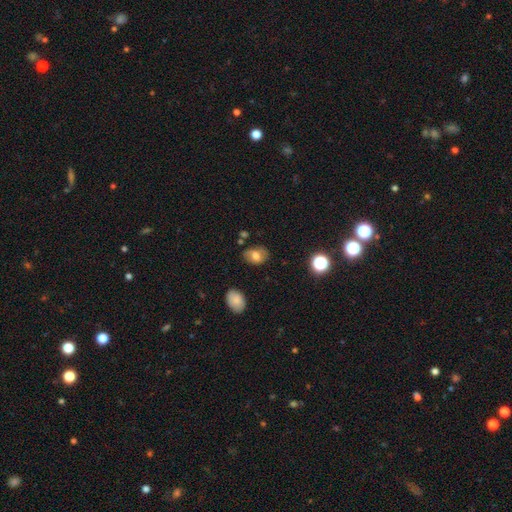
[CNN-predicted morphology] This is likely a smooth galaxy (64%). How rounded: likely in between (70%). Merging: likely none (70%).